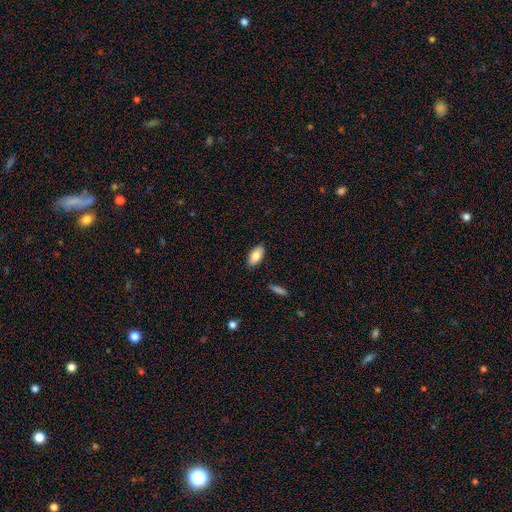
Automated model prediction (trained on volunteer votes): A smooth galaxy with no disk features (81%) that is in between round and cigar-shaped (92%).

Vote fractions:
- Smooth or featured? smooth: 81% / featured or disk: 13% / star or artifact: 7%
- How rounded? in between: 92% / cigar-shaped: 6% / round: 2%
- Merging? none: 87% / minor disturbance: 9% / major disturbance: 2% / merger: 1%